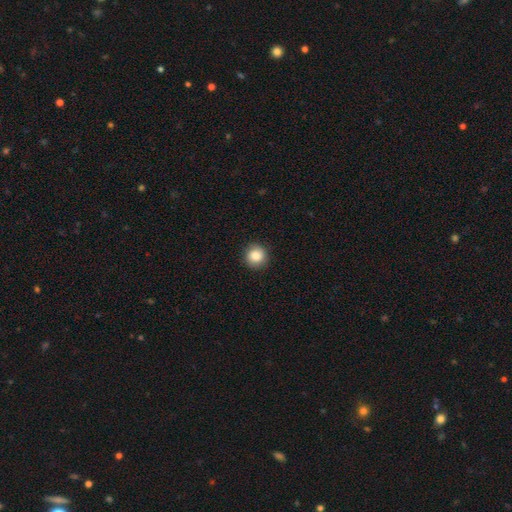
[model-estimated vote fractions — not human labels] smooth-or-featured: smooth: 86% | star or artifact: 9% | featured or disk: 6%
  how-rounded: round: 92% | in between: 7% | cigar-shaped: 1%
  merging: none: 89% | minor disturbance: 8% | major disturbance: 2% | merger: 1%